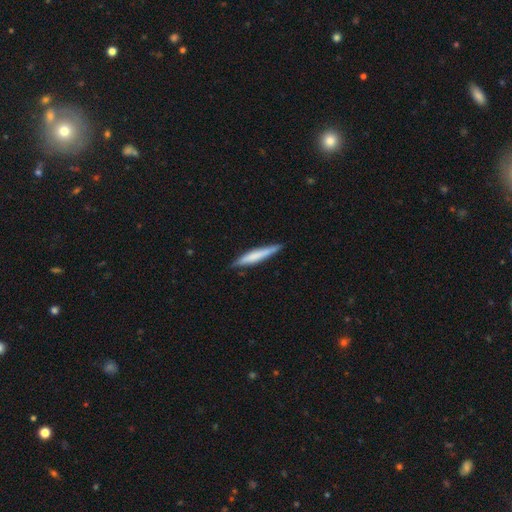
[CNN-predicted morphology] smooth 62%, featured or disk 33%, star or artifact 5%. Down the decision tree: how rounded — cigar-shaped (93%); merging — none (84%).